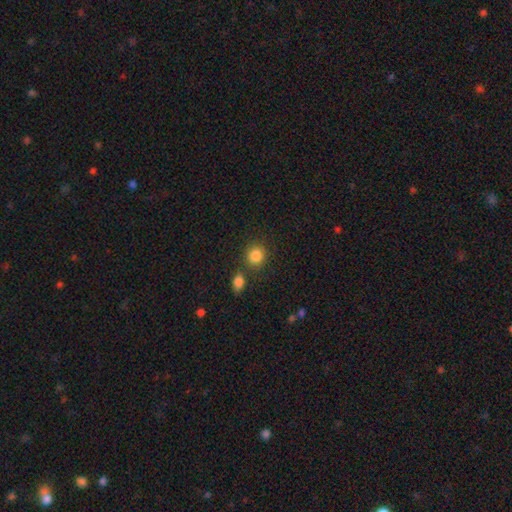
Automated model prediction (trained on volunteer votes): The model was most divided on "merging": none: 75%, merger: 12%, minor disturbance: 9%, major disturbance: 4%. More confident: smooth or featured — smooth (85%); how rounded — round (84%).